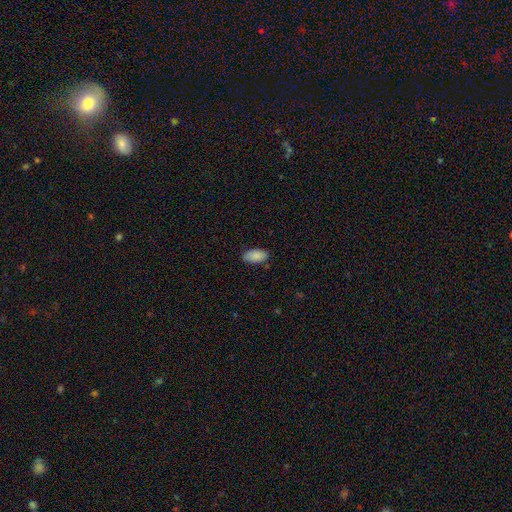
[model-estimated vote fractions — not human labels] Smooth or featured? Predicted: smooth (p=0.88). How rounded? Predicted: in between (p=0.94). Merging? Predicted: none (p=0.84).